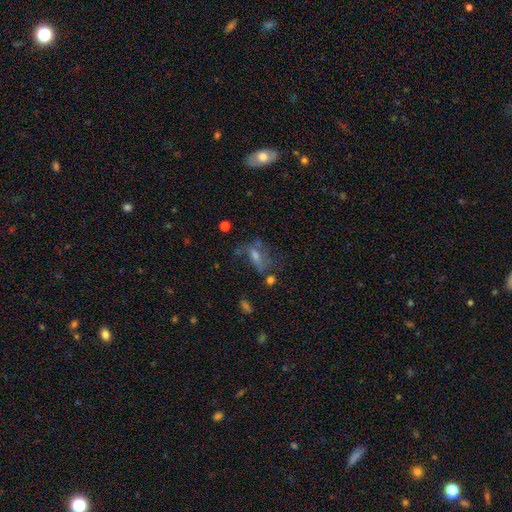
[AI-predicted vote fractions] Q: Smooth or featured?
A: featured or disk (45%); runner-up: smooth (32%)
Q: Merging?
A: none (45%); runner-up: major disturbance (27%)